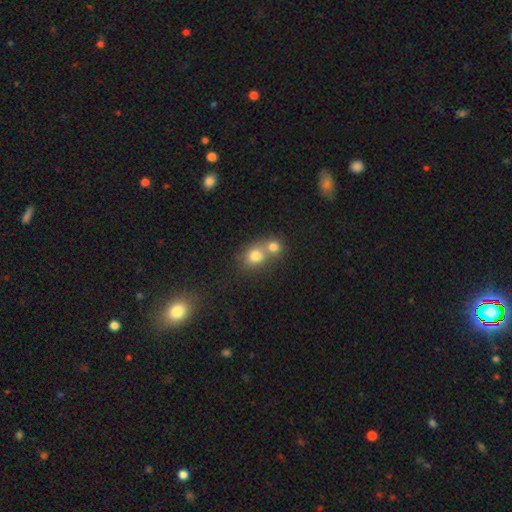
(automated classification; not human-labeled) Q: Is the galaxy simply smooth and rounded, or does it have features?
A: smooth — 77%.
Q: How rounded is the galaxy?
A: round — 74%.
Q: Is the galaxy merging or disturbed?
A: merger — 59%.